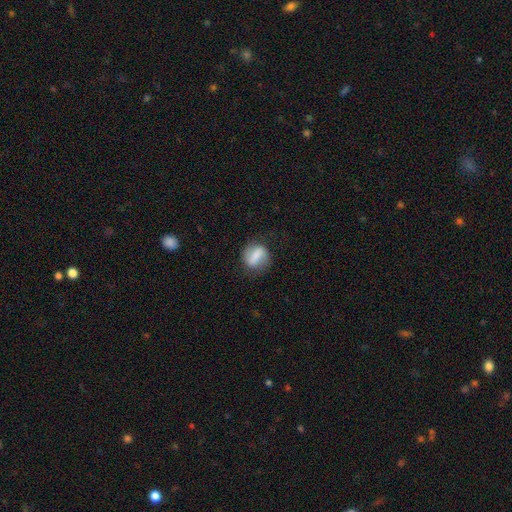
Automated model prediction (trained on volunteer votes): smooth_or_featured: smooth (p=0.52) [alt: featured or disk p=0.40]
how_rounded: round (p=0.52) [alt: in between p=0.44]
merging: none (p=0.74) [alt: minor disturbance p=0.17]